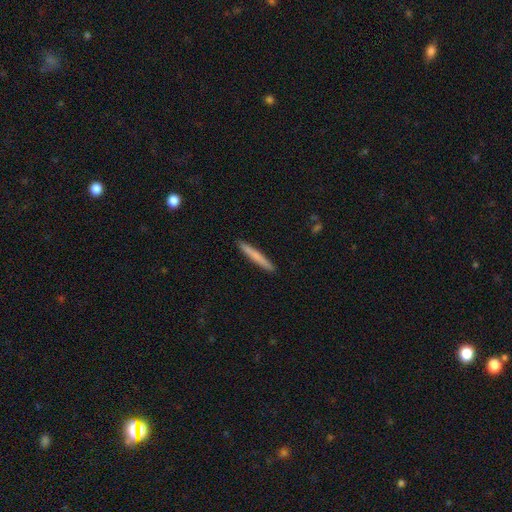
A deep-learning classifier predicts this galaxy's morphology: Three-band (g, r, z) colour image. It shows a smooth galaxy with no disk features (71%) that is cigar-shaped (97%). Merging: none (92%).